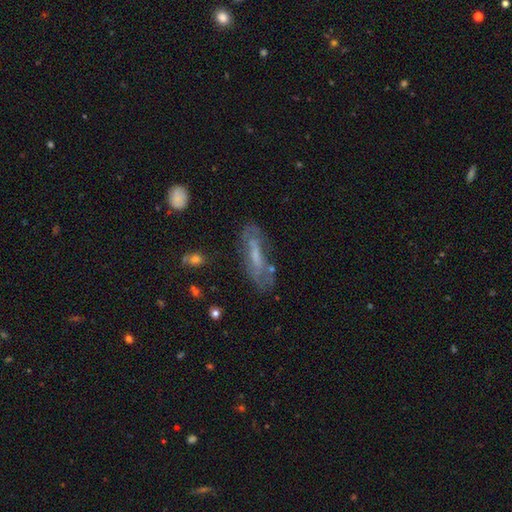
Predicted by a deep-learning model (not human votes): Overall: featured or disk (57%; smooth 33%). Edge-on disk: no (70%). Merging: none (67%).